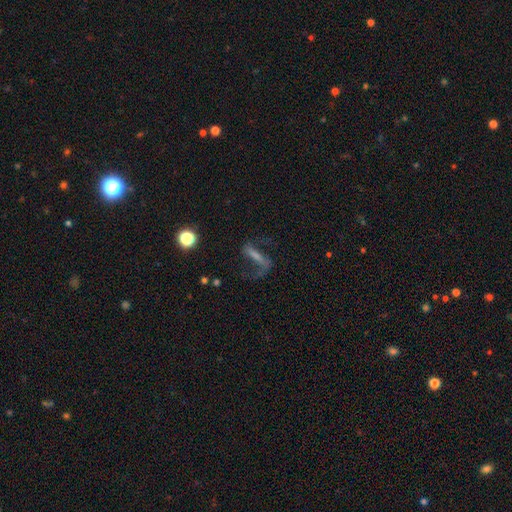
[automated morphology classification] Smooth or featured?
  - featured or disk: 66% *
  - smooth: 19%
  - star or artifact: 15%
Edge-on disk?
  - no: 83% *
  - yes: 17%
Bar?
  - strong: 53% *
  - weak: 27%
  - no: 20%
Spiral arms?
  - yes: 83% *
  - no: 17%
Bulge size?
  - none: 41% *
  - small: 32%
  - moderate: 19%
  - large: 5%
  - dominant: 2%
Merging?
  - none: 56% *
  - major disturbance: 26%
  - minor disturbance: 15%
  - merger: 4%